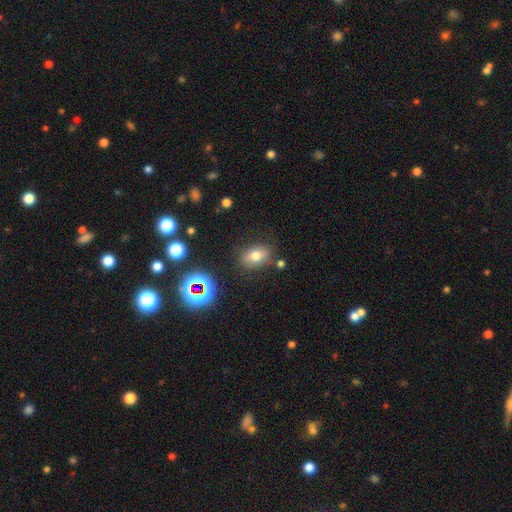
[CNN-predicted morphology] The model was most divided on "how rounded": in between: 77%, round: 22%, cigar-shaped: 2%. More confident: merging — none (79%); smooth or featured — smooth (72%).